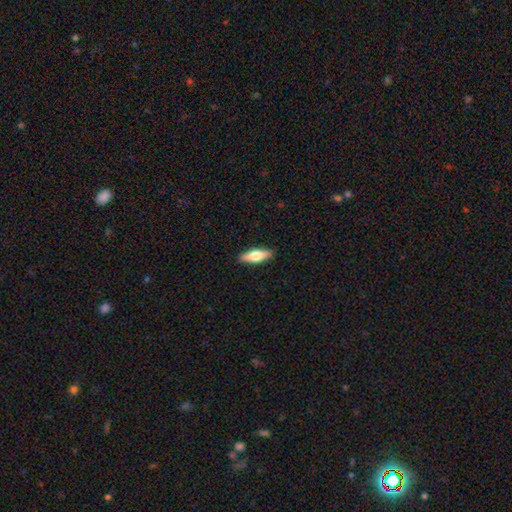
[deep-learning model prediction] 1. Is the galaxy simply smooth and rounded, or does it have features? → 54% smooth, 41% featured or disk, 5% star or artifact.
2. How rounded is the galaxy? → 52% cigar-shaped, 46% in between, 2% round.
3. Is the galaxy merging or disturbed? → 90% none, 7% minor disturbance, 2% major disturbance, 1% merger.